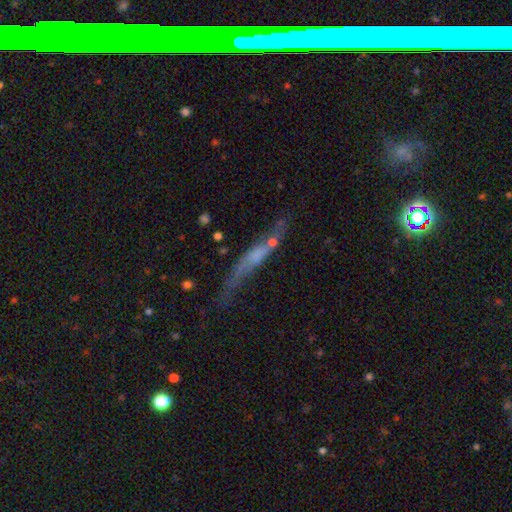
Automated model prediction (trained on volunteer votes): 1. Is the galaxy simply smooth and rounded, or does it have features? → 54% featured or disk, 36% smooth, 10% star or artifact.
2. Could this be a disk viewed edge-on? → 67% yes, 33% no.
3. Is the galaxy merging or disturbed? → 49% none, 24% minor disturbance, 16% major disturbance, 11% merger.